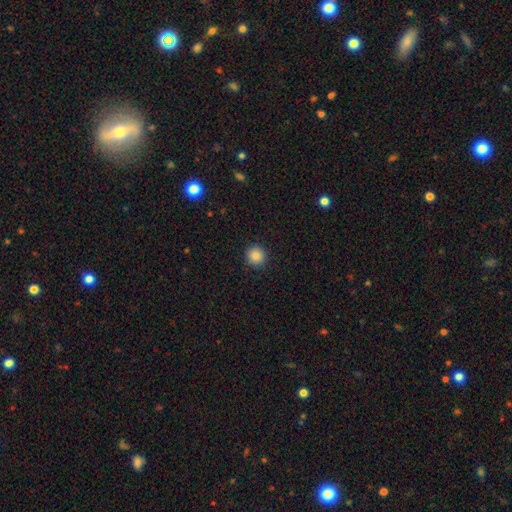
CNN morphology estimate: Smooth or featured: smooth — 87% (star or artifact — 10%)
How rounded: round — 94% (in between — 5%)
Merging: none — 92% (minor disturbance — 6%)